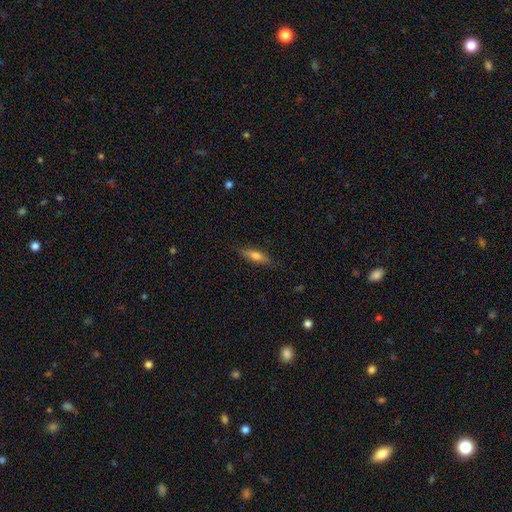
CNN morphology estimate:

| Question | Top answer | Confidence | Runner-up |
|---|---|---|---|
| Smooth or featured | smooth | 58% | featured or disk (35%) |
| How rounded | cigar-shaped | 59% | in between (39%) |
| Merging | none | 83% | minor disturbance (13%) |